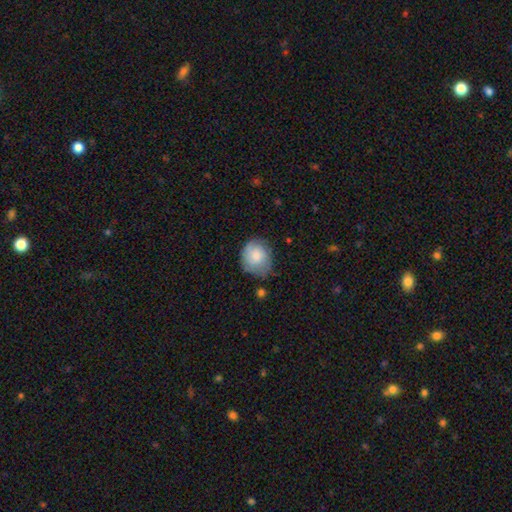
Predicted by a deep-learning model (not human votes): smooth-or-featured: smooth: 74% | featured or disk: 19% | star or artifact: 7%
  how-rounded: round: 65% | in between: 34% | cigar-shaped: 1%
  merging: none: 56% | minor disturbance: 32% | major disturbance: 9% | merger: 3%